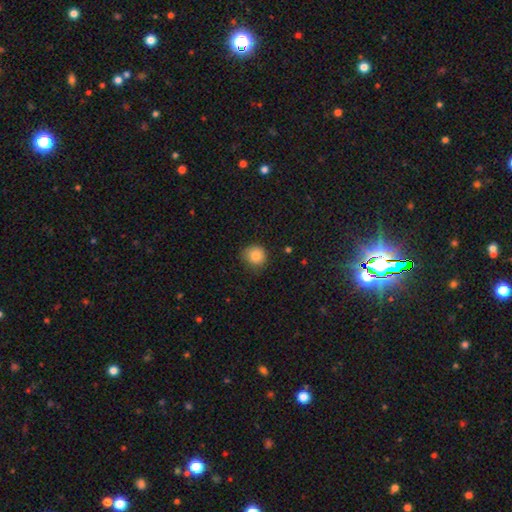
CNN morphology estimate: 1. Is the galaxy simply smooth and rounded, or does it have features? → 84% smooth, 10% star or artifact, 7% featured or disk.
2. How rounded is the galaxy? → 86% round, 13% in between, 1% cigar-shaped.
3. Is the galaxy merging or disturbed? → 73% none, 21% minor disturbance, 4% major disturbance, 1% merger.